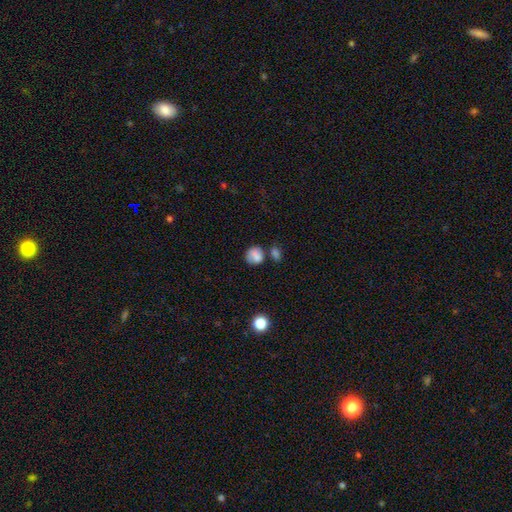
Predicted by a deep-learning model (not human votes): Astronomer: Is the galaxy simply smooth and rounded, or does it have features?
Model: smooth — 79%.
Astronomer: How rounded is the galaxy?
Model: round — 70%.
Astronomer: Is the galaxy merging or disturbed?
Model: none — 51%.